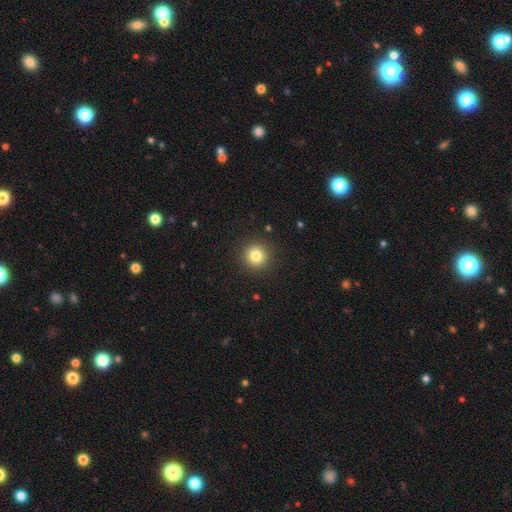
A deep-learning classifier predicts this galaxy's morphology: Smooth or featured: smooth — 82% (star or artifact — 12%)
How rounded: round — 95% (in between — 4%)
Merging: none — 91% (minor disturbance — 6%)